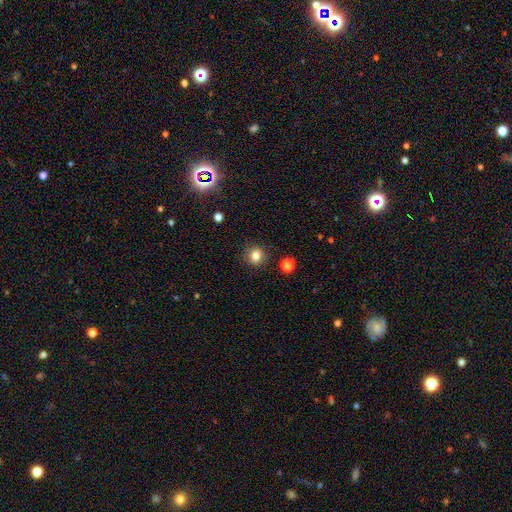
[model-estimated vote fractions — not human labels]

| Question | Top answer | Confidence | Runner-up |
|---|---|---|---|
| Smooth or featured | smooth | 82% | star or artifact (12%) |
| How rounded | round | 84% | in between (15%) |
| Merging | none | 88% | minor disturbance (8%) |